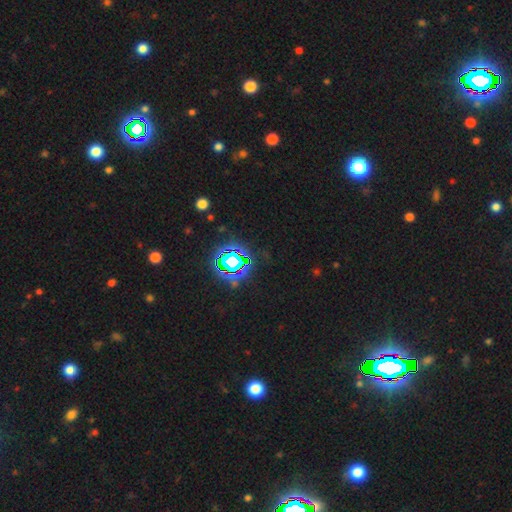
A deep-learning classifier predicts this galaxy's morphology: smooth_or_featured: star or artifact (p=0.83) [alt: smooth p=0.11]